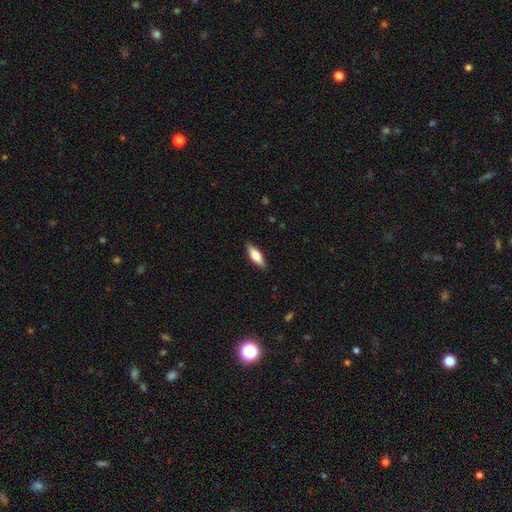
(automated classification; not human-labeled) Smooth or featured: smooth — 66% (featured or disk — 28%)
How rounded: in between — 60% (cigar-shaped — 37%)
Merging: none — 88% (minor disturbance — 9%)